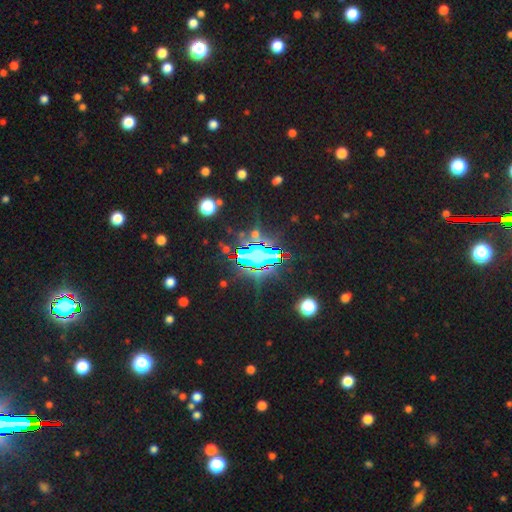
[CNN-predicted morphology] smooth_or_featured: star or artifact (p=0.69) [alt: smooth p=0.19]